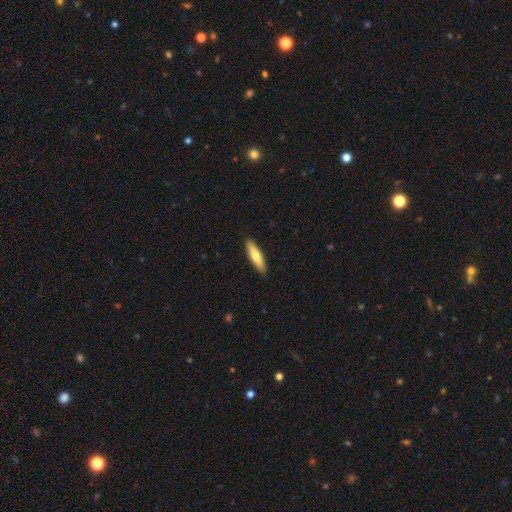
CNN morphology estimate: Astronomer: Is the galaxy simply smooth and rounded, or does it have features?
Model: smooth — 72%.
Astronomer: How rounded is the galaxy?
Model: cigar-shaped — 73%.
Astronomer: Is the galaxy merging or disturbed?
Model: none — 90%.